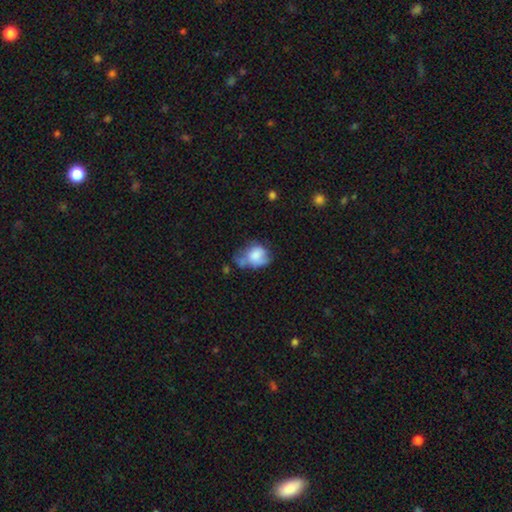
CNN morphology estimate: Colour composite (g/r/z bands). It shows a smooth galaxy with no disk features (65%) that is in between round and cigar-shaped (60%). Merging: minor disturbance (32%).